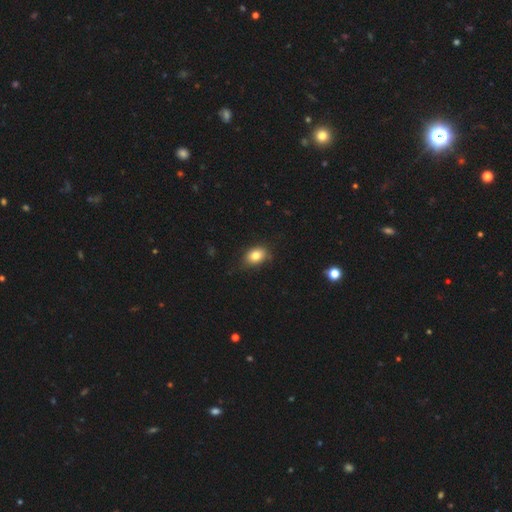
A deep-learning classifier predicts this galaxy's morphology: Q: Smooth or featured?
A: smooth (81%); runner-up: star or artifact (10%)
Q: How rounded?
A: in between (74%); runner-up: round (25%)
Q: Merging?
A: none (76%); runner-up: minor disturbance (19%)